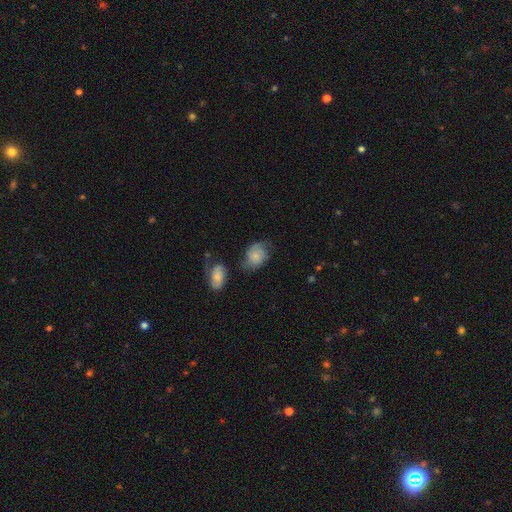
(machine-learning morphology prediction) Smooth or featured? Predicted: smooth (p=0.50). How rounded? Predicted: in between (p=0.63). Merging? Predicted: none (p=0.45).